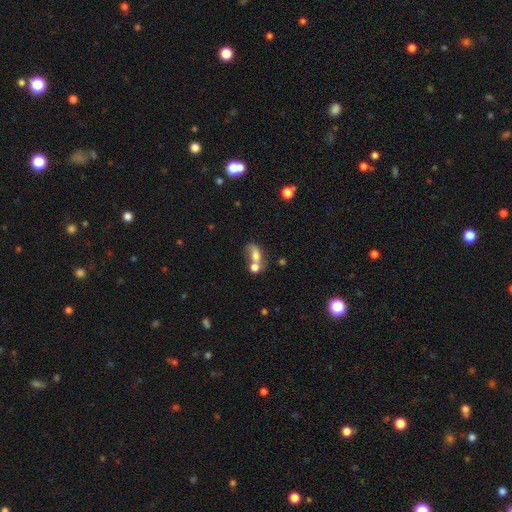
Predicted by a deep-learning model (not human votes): Smooth or featured: smooth — 61% (featured or disk — 26%)
How rounded: in between — 72% (round — 23%)
Merging: merger — 61% (none — 18%)